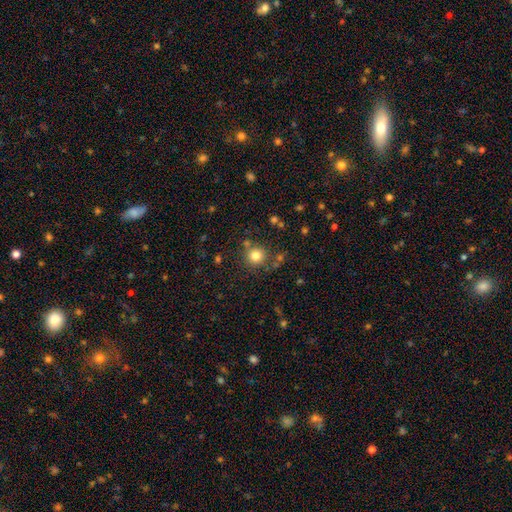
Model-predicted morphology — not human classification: A smooth galaxy with no disk features (80%) that is round (94%).

Vote fractions:
- Smooth or featured? smooth: 80% / star or artifact: 13% / featured or disk: 7%
- How rounded? round: 94% / in between: 5% / cigar-shaped: 1%
- Merging? none: 80% / minor disturbance: 9% / merger: 7% / major disturbance: 4%